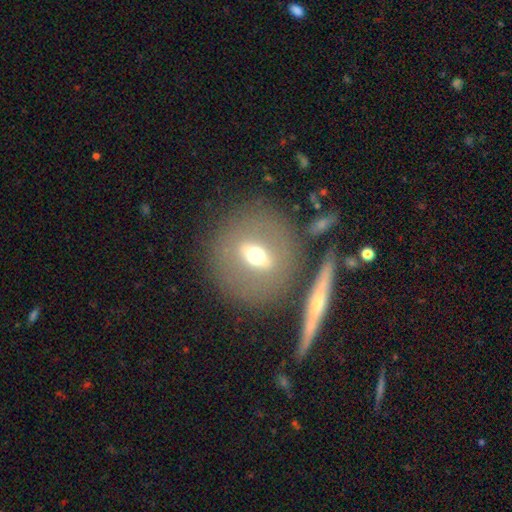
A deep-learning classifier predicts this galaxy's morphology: A featured or disk galaxy (46%).

Vote fractions:
- Smooth or featured? featured or disk: 46% / smooth: 42% / star or artifact: 12%
- Merging? none: 74% / minor disturbance: 10% / merger: 9% / major disturbance: 6%